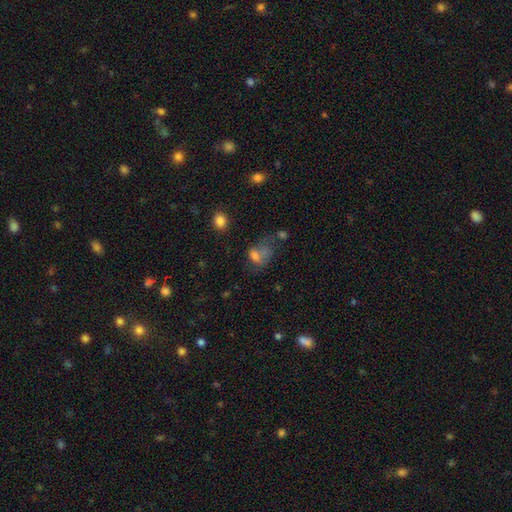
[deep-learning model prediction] The model was most divided on "merging": major disturbance: 37%, none: 27%, minor disturbance: 22%, merger: 14%. More confident: how rounded — in between (71%); smooth or featured — smooth (61%).